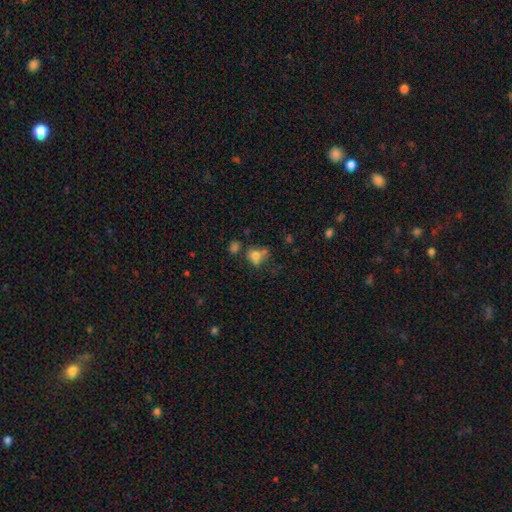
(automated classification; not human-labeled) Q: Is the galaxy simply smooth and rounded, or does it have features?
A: smooth — 74%.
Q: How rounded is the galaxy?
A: round — 64%.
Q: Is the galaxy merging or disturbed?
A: none — 45%.